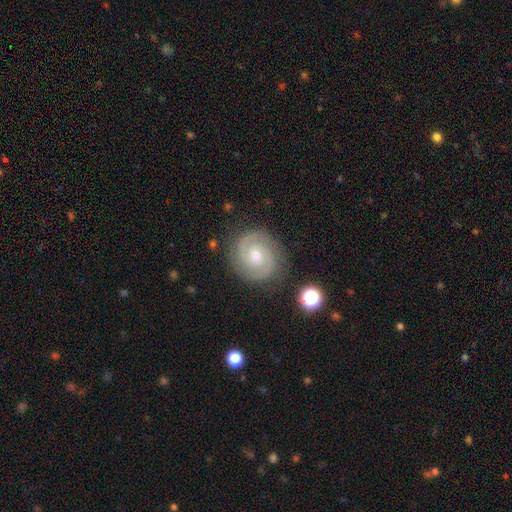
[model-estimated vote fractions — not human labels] The model was most divided on "bulge size": moderate: 51%, small: 44%, large: 2%, none: 1%, dominant: 1%. More confident: edge-on disk — no (98%); spiral arms — yes (97%); spiral arm count — 2 (91%); smooth or featured — featured or disk (87%); merging — none (86%); spiral winding — tight (65%); bar — no (59%).